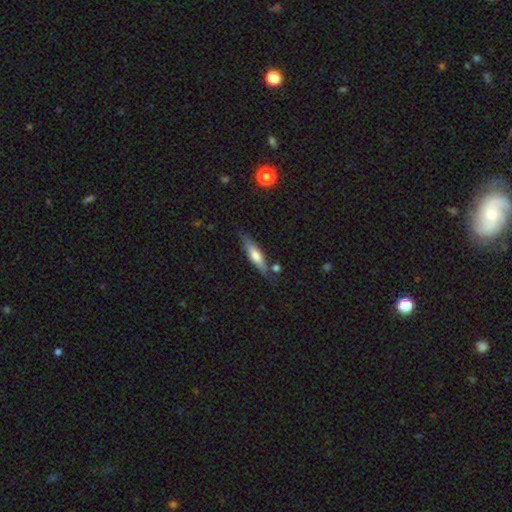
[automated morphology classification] Q: Smooth or featured?
A: smooth (57%); runner-up: featured or disk (36%)
Q: How rounded?
A: cigar-shaped (76%); runner-up: in between (22%)
Q: Merging?
A: none (76%); runner-up: minor disturbance (15%)